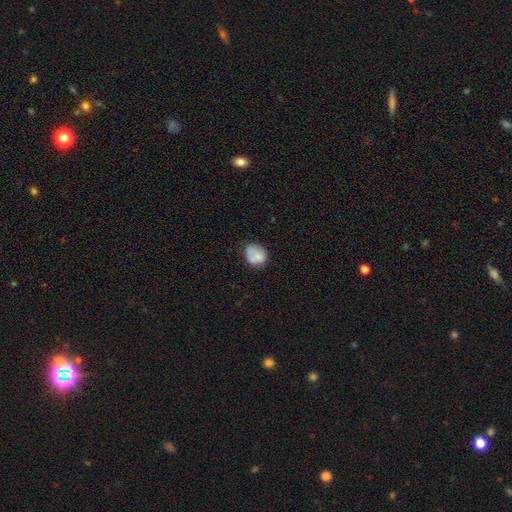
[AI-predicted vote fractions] Smooth or featured? Predicted: smooth (p=0.70). How rounded? Predicted: round (p=0.51). Merging? Predicted: none (p=0.52).